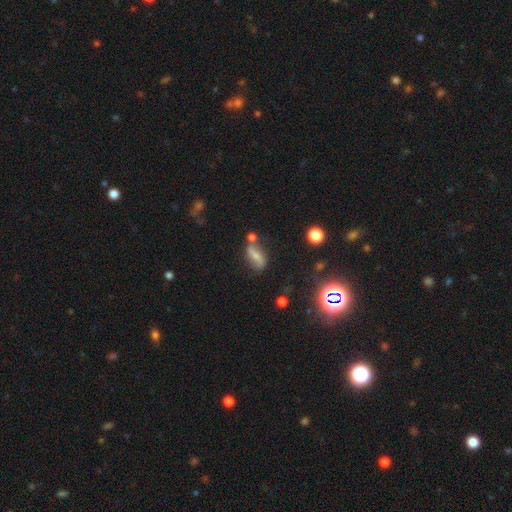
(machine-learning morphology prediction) Overall: featured or disk (45%; smooth 42%). Merging: none (56%; minor disturbance 18%).